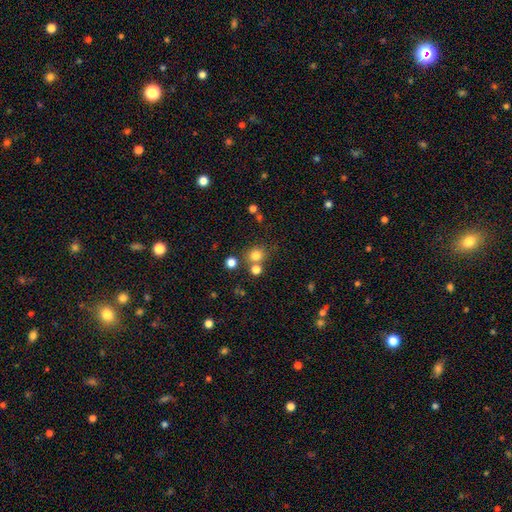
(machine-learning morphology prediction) Smooth or featured: smooth — 78% (star or artifact — 16%)
How rounded: round — 82% (in between — 17%)
Merging: none — 67% (merger — 20%)